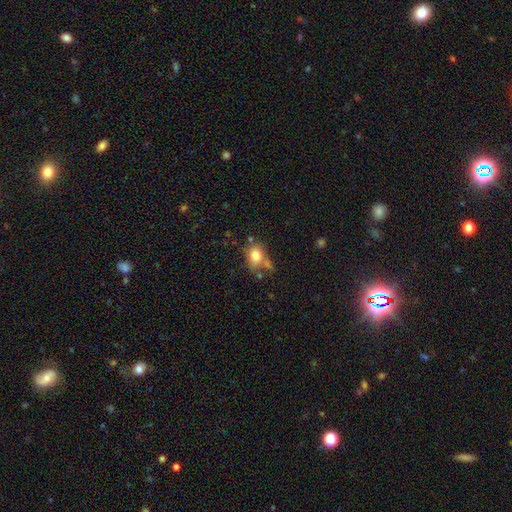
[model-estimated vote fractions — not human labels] smooth_or_featured: smooth (p=0.78) [alt: featured or disk p=0.12]
how_rounded: in between (p=0.53) [alt: round p=0.46]
merging: none (p=0.54) [alt: minor disturbance p=0.20]